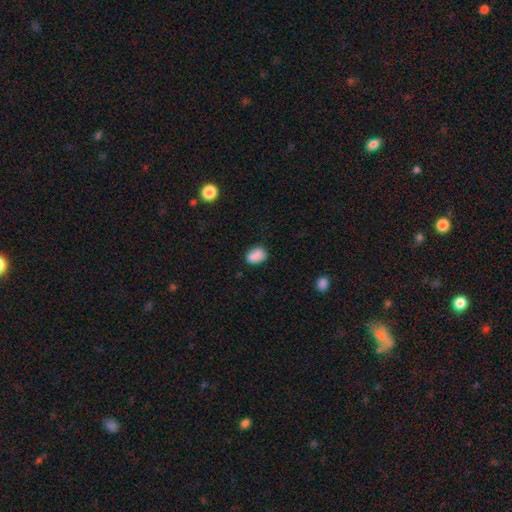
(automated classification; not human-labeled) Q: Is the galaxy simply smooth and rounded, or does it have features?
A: smooth — 87%.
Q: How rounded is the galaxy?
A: in between — 77%.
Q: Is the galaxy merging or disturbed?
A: none — 76%.